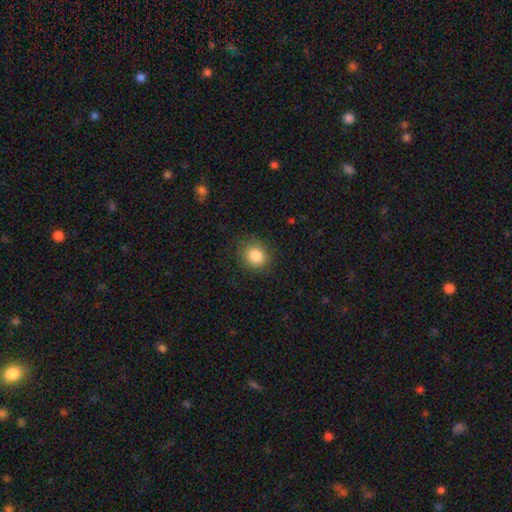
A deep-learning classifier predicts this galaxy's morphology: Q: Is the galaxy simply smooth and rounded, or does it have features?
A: smooth — 85%.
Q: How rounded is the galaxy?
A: round — 77%.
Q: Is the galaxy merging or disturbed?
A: none — 84%.